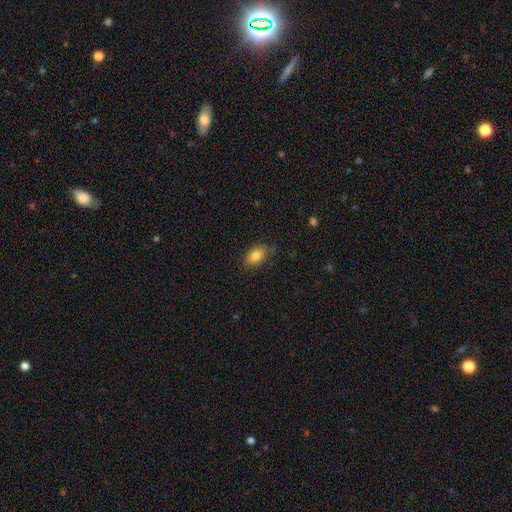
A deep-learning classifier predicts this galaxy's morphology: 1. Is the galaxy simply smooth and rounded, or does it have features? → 81% smooth, 10% featured or disk, 8% star or artifact.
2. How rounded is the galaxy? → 87% in between, 9% round, 4% cigar-shaped.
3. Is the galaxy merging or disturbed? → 77% none, 18% minor disturbance, 3% major disturbance, 1% merger.